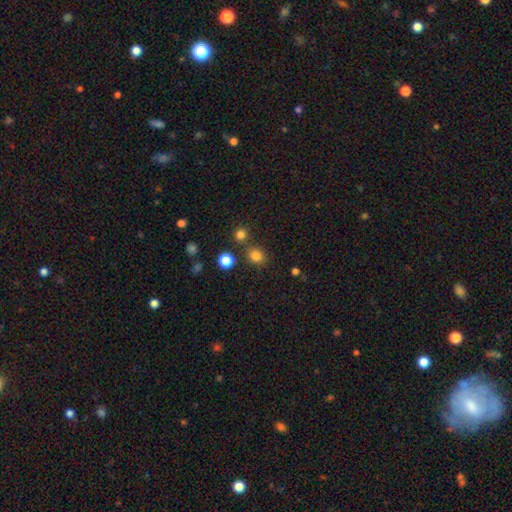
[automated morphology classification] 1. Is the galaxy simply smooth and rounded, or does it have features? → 80% smooth, 15% star or artifact, 4% featured or disk.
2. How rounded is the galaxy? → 76% round, 23% in between, 1% cigar-shaped.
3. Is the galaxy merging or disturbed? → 75% none, 11% merger, 10% minor disturbance, 4% major disturbance.